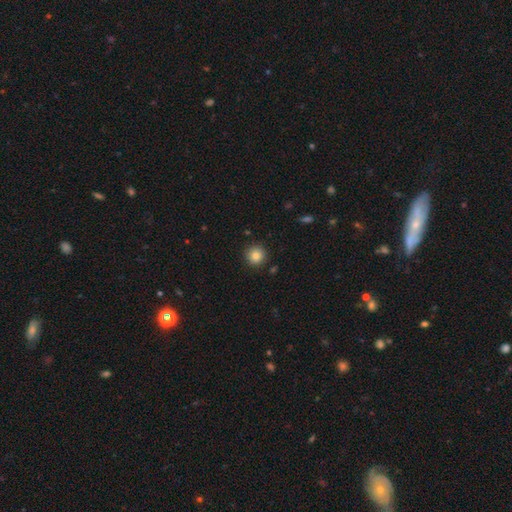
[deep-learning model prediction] A smooth galaxy with no disk features (83%) that is round (94%).

Vote fractions:
- Smooth or featured? smooth: 83% / star or artifact: 10% / featured or disk: 7%
- How rounded? round: 94% / in between: 5% / cigar-shaped: 1%
- Merging? none: 90% / minor disturbance: 7% / major disturbance: 2% / merger: 2%